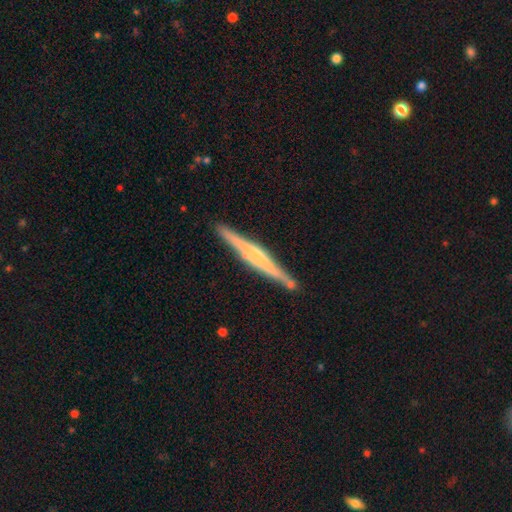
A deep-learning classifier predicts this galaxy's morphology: featured or disk 72%, smooth 23%, star or artifact 5%. Down the decision tree: edge-on disk — yes (98%); edge-on bulge — rounded (52%); merging — none (86%).